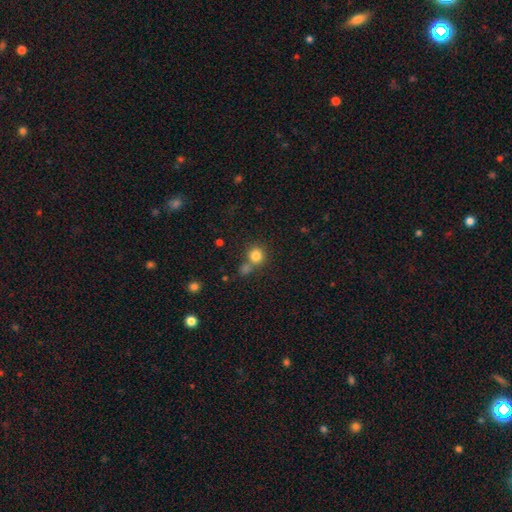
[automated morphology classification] Smooth or featured?
  - smooth: 82% *
  - star or artifact: 12%
  - featured or disk: 6%
How rounded?
  - round: 90% *
  - in between: 9%
  - cigar-shaped: 1%
Merging?
  - none: 60% *
  - merger: 27%
  - minor disturbance: 9%
  - major disturbance: 4%